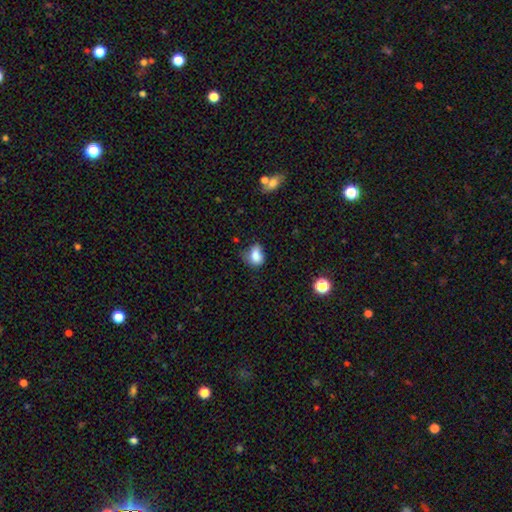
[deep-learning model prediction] smooth 81%, featured or disk 10%, star or artifact 9%. Down the decision tree: how rounded — in between (66%); merging — minor disturbance (39%).